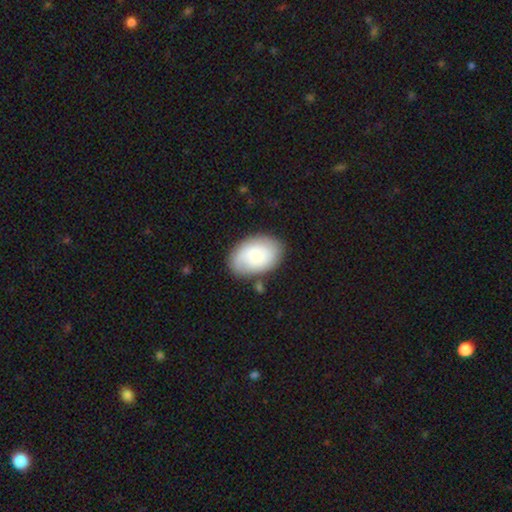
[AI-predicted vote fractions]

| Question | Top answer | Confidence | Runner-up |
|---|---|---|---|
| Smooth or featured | smooth | 63% | featured or disk (30%) |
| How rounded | in between | 87% | round (12%) |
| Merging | none | 75% | minor disturbance (17%) |